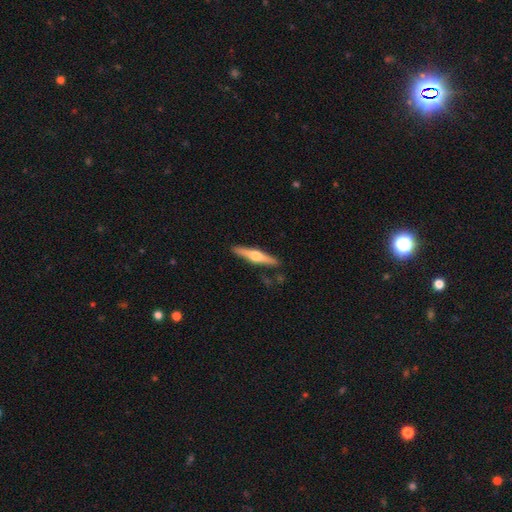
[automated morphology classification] Q: Smooth or featured?
A: featured or disk (69%); runner-up: smooth (27%)
Q: Edge-on disk?
A: yes (97%); runner-up: no (3%)
Q: Edge-on bulge?
A: rounded (95%); runner-up: boxy (3%)
Q: Merging?
A: none (89%); runner-up: minor disturbance (8%)